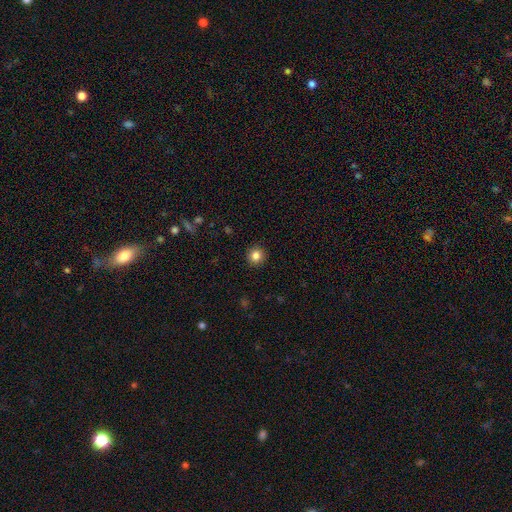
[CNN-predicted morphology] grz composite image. It shows a smooth galaxy with no disk features (84%) that is round (94%). Merging: none (93%).